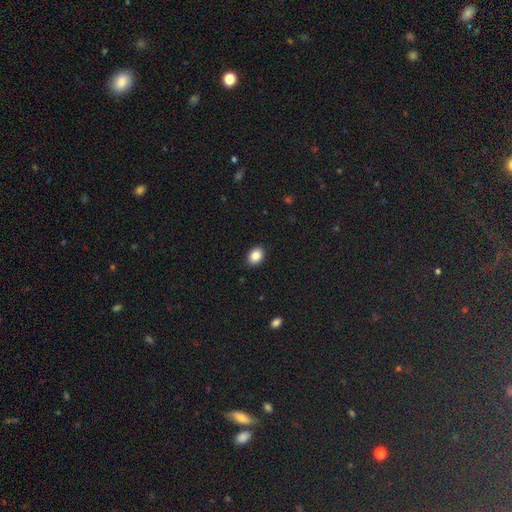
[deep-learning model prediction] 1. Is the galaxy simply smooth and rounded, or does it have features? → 86% smooth, 9% star or artifact, 5% featured or disk.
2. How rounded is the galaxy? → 72% in between, 27% round, 1% cigar-shaped.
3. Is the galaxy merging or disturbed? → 90% none, 7% minor disturbance, 2% major disturbance, 1% merger.